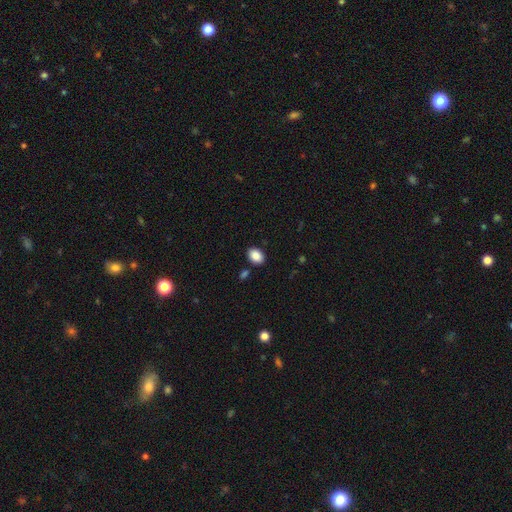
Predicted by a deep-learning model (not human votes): Morphology: type=smooth (88%); roundness=in between (79%); merging=none (85%).